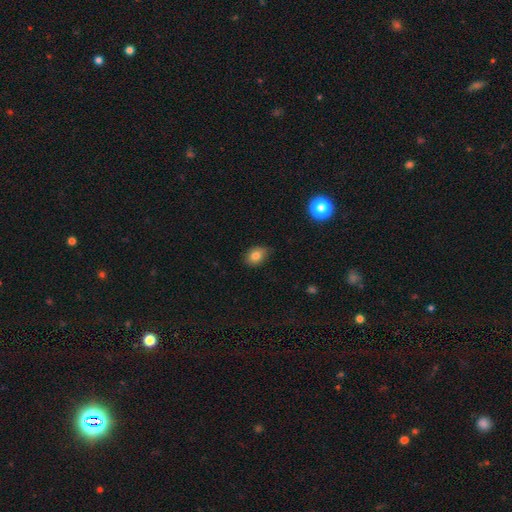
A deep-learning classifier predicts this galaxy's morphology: This is clearly a smooth galaxy (82%). How rounded: likely in between (62%). Merging: likely none (70%).